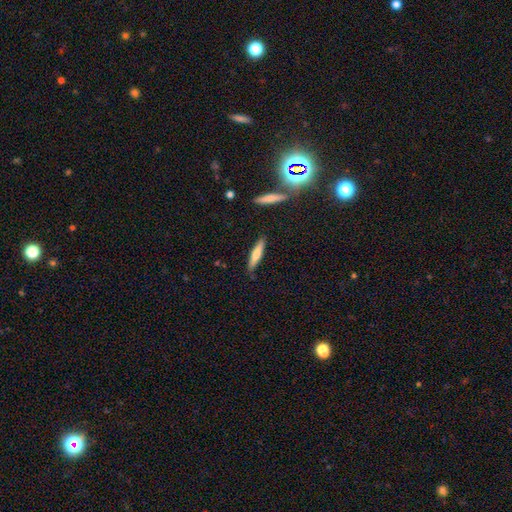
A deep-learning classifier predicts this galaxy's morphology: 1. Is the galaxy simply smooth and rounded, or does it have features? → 65% smooth, 29% featured or disk, 6% star or artifact.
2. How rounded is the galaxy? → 85% cigar-shaped, 14% in between, 1% round.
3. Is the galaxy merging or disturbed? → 83% none, 12% minor disturbance, 3% merger, 2% major disturbance.